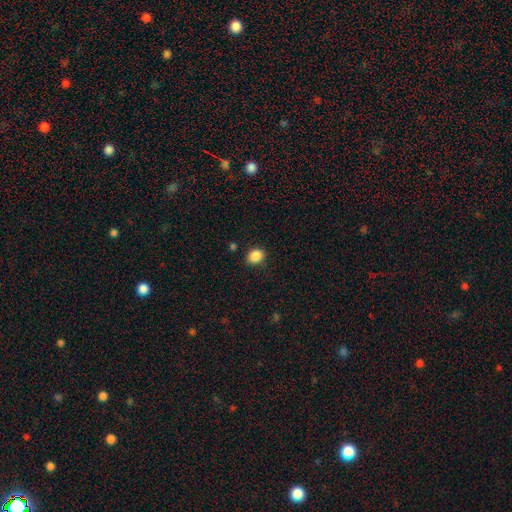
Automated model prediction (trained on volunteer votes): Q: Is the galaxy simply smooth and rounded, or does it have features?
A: smooth — 87%.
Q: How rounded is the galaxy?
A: round — 59%.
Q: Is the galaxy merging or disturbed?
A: none — 85%.